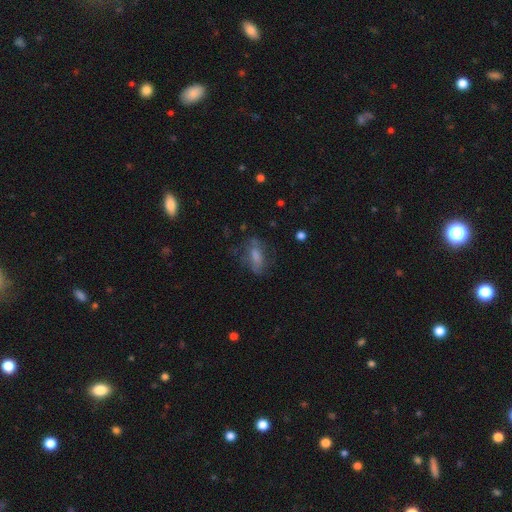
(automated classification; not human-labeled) A smooth galaxy with no disk features (60%) that is in between round and cigar-shaped (76%). Merging: none (52%).